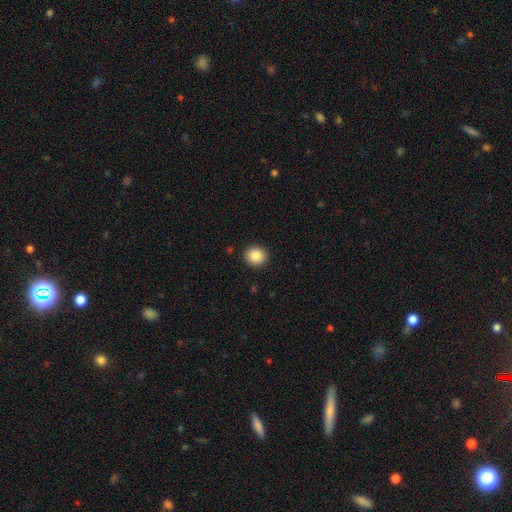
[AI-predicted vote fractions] Smooth or featured? smooth (87%)
How rounded? round (85%)
Merging? none (92%)